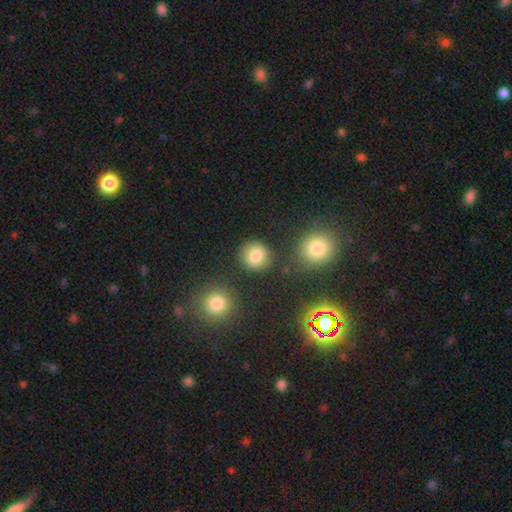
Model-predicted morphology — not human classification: type=smooth (83%); roundness=round (84%); merging=none (82%).